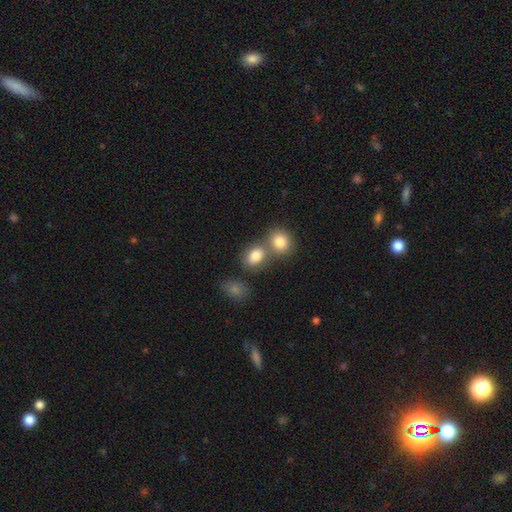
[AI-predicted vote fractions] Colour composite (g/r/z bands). It shows a smooth galaxy with no disk features (83%) that is in between round and cigar-shaped (57%). Merging: merger (44%).